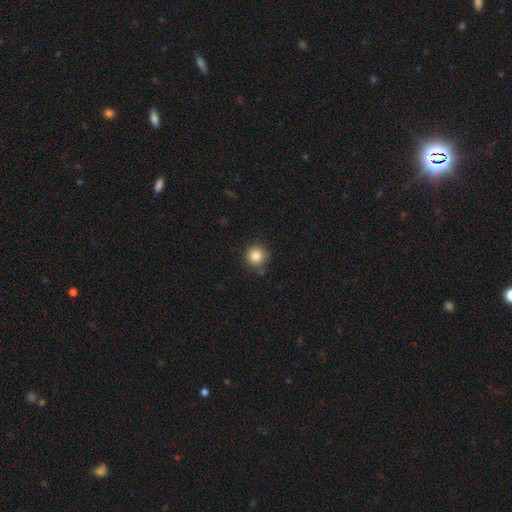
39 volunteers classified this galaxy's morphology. Smooth or featured?
  - smooth: 85% *
  - star or artifact: 10%
  - featured or disk: 5%
How rounded?
  - round: 94% *
  - in between: 6%
  - cigar-shaped: 0%
Merging?
  - none: 77% *
  - minor disturbance: 20%
  - major disturbance: 3%
  - merger: 0%